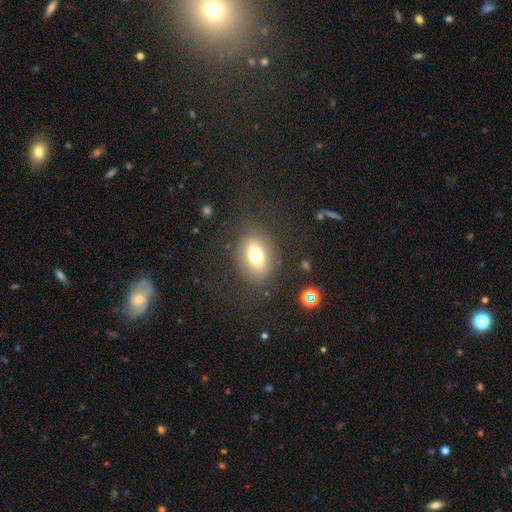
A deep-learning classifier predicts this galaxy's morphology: A smooth galaxy with no disk features (68%) that is in between round and cigar-shaped (77%).

Vote fractions:
- Smooth or featured? smooth: 68% / featured or disk: 20% / star or artifact: 11%
- How rounded? in between: 77% / round: 21% / cigar-shaped: 2%
- Merging? none: 79% / minor disturbance: 12% / major disturbance: 7% / merger: 2%